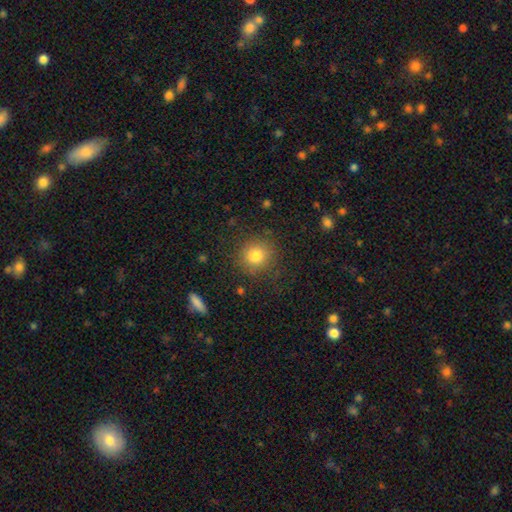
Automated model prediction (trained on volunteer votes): Smooth or featured? smooth (81%)
How rounded? round (89%)
Merging? none (85%)